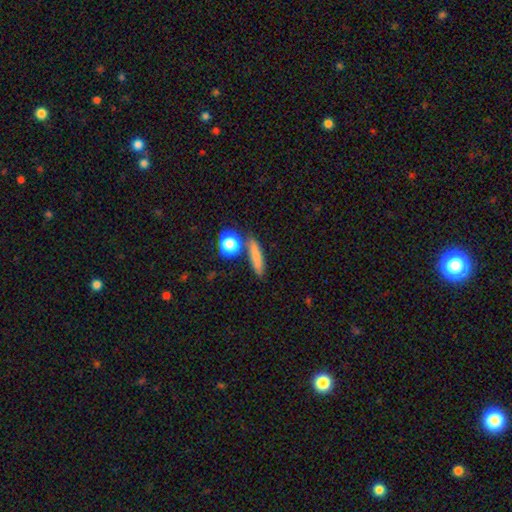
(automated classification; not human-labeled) A smooth galaxy with no disk features (76%) that is cigar-shaped (64%). Merging: none (73%).